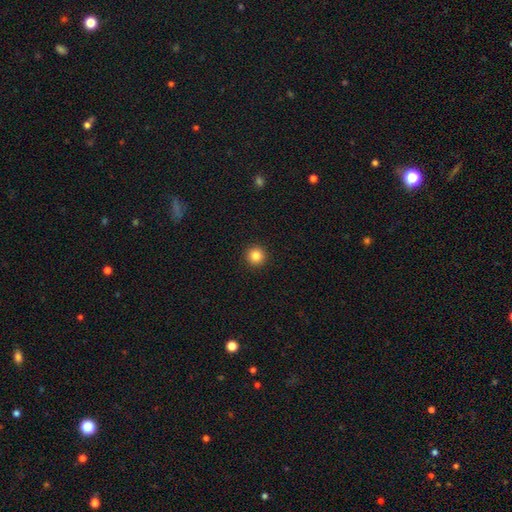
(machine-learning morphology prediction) type=smooth (85%); roundness=round (95%); merging=none (93%).